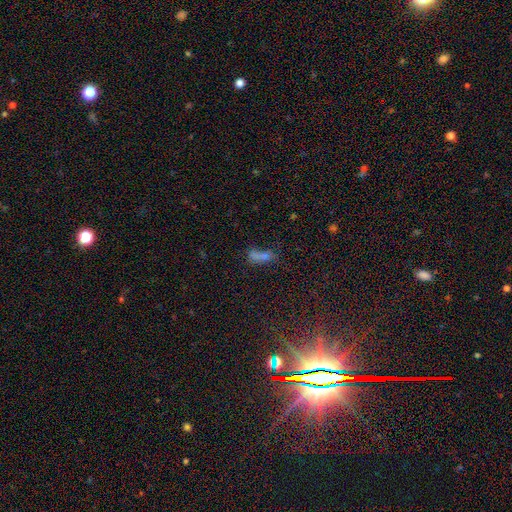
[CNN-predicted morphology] type=smooth (56%); roundness=in between (51%); merging=none (42%).